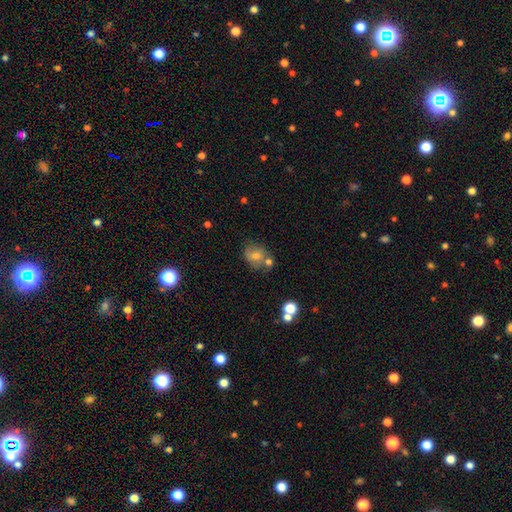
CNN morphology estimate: A smooth galaxy with no disk features (52%) that is round (61%). Merging: none (60%).